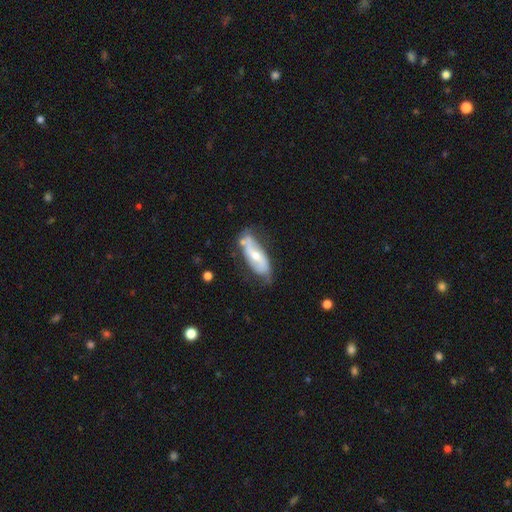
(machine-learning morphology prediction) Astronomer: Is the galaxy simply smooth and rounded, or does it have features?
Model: featured or disk — 56% (runner-up: smooth, 37%).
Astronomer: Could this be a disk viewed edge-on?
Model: no — 82%.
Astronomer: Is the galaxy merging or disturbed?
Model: none — 53% (runner-up: minor disturbance, 29%).